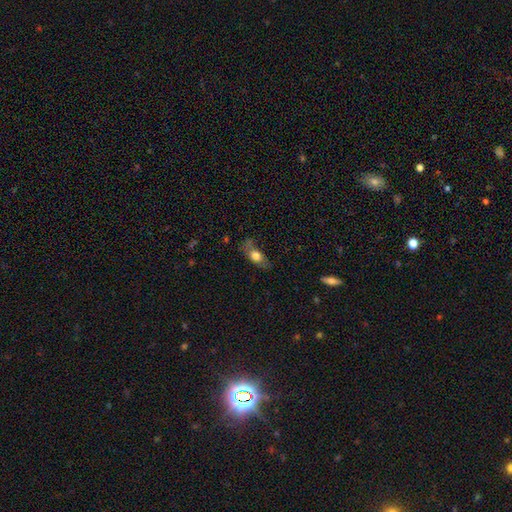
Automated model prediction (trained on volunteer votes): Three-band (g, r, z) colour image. It shows a smooth galaxy with no disk features (68%) that is in between round and cigar-shaped (74%). Merging: none (57%).